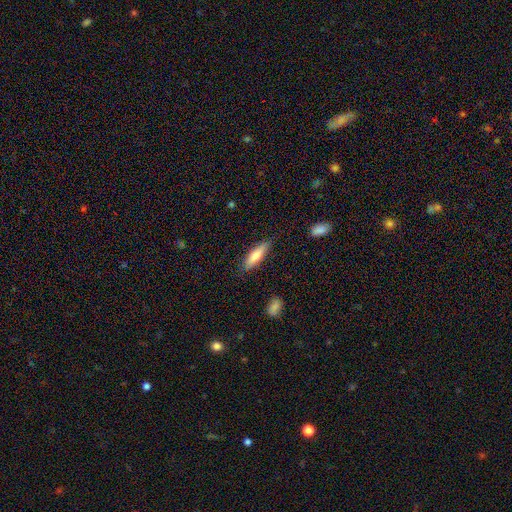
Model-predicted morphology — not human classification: Q: Smooth or featured?
A: smooth (72%); runner-up: featured or disk (22%)
Q: How rounded?
A: cigar-shaped (62%); runner-up: in between (36%)
Q: Merging?
A: none (84%); runner-up: minor disturbance (12%)